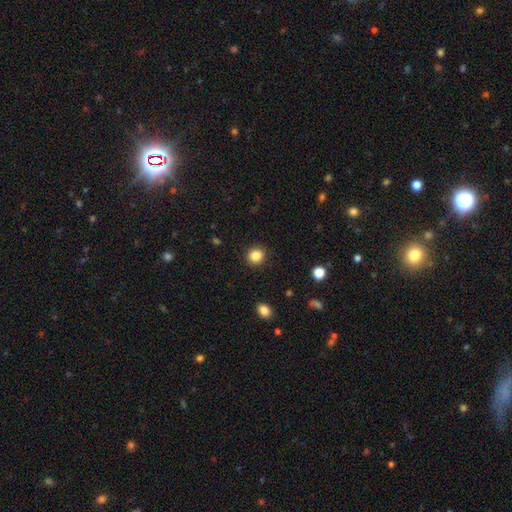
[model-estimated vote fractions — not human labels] A smooth galaxy with no disk features (85%) that is round (86%).

Vote fractions:
- Smooth or featured? smooth: 85% / star or artifact: 11% / featured or disk: 4%
- How rounded? round: 86% / in between: 13% / cigar-shaped: 1%
- Merging? none: 91% / minor disturbance: 6% / major disturbance: 2% / merger: 1%